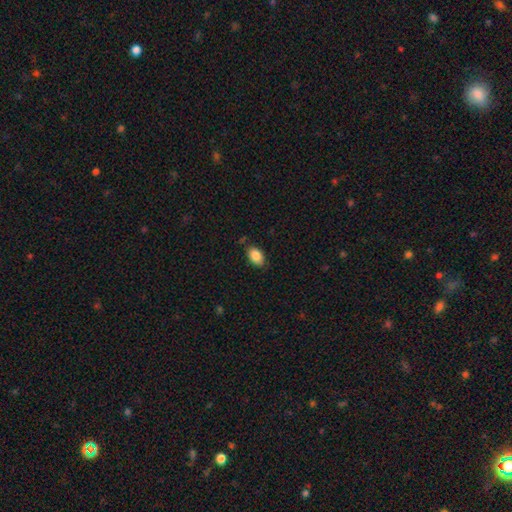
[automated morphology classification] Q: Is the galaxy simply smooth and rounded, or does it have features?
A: smooth — 87%.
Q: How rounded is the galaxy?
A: in between — 88%.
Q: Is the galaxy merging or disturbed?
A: none — 80%.